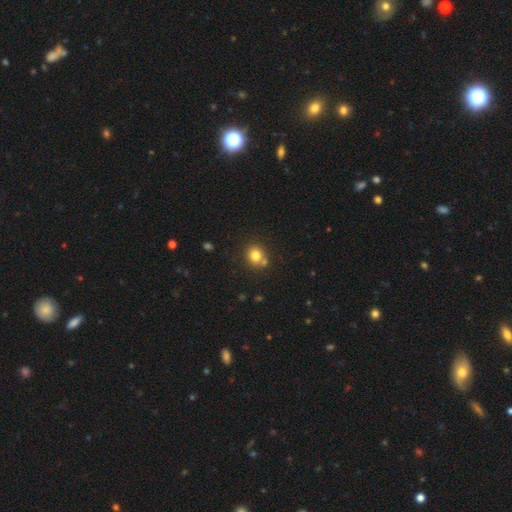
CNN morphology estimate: Smooth or featured?
  - smooth: 79% *
  - star or artifact: 12%
  - featured or disk: 9%
How rounded?
  - round: 78% *
  - in between: 21%
  - cigar-shaped: 1%
Merging?
  - none: 69% *
  - merger: 17%
  - minor disturbance: 11%
  - major disturbance: 3%